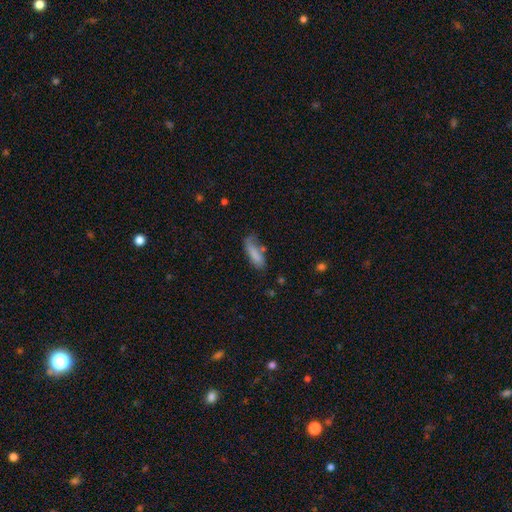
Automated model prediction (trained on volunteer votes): Smooth or featured: smooth — 79% (featured or disk — 13%)
How rounded: in between — 50% (cigar-shaped — 48%)
Merging: none — 50% (minor disturbance — 29%)